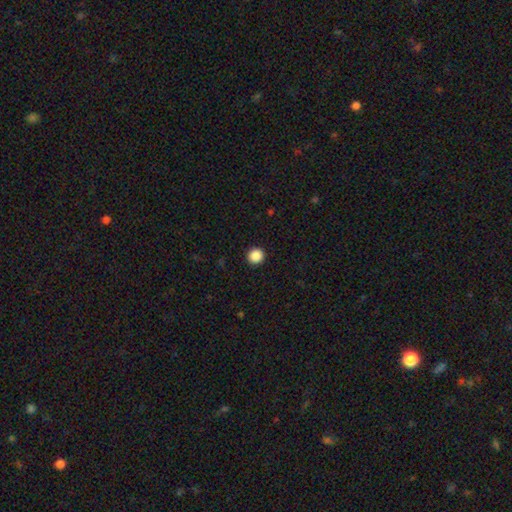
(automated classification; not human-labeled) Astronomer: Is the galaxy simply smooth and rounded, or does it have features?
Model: smooth — 88%.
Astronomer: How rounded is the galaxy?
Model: round — 95%.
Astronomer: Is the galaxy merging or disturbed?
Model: none — 93%.